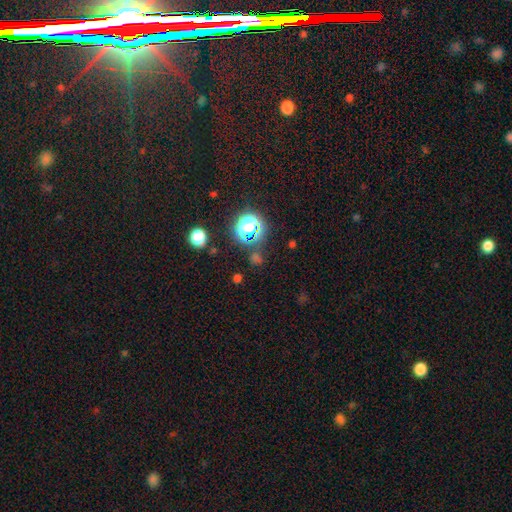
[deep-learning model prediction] This appears to be a star or artifact, not a galaxy (60%).